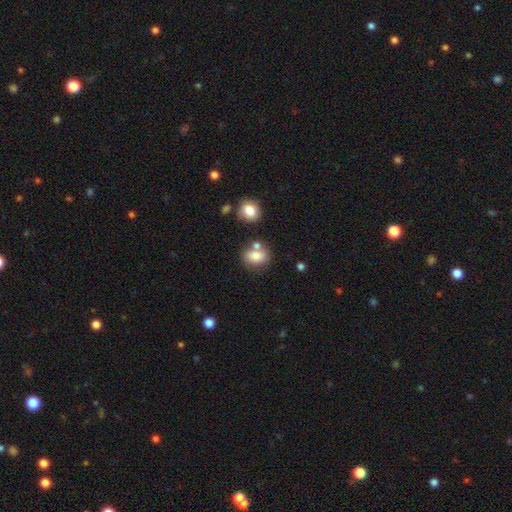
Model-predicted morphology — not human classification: The model was most divided on "how rounded": in between: 57%, round: 42%, cigar-shaped: 1%. More confident: smooth or featured — smooth (78%); merging — none (58%).